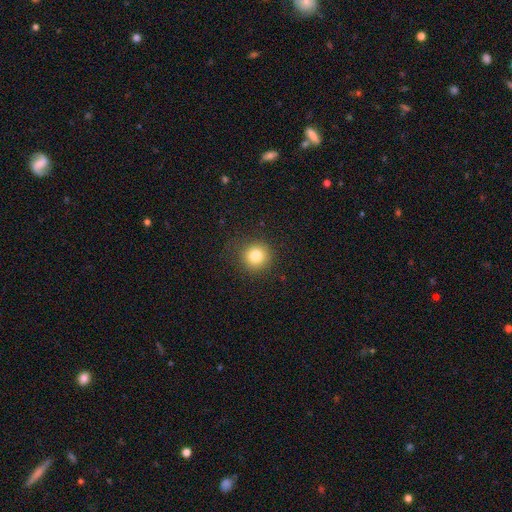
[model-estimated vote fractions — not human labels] Smooth or featured? smooth (81%)
How rounded? round (93%)
Merging? none (88%)